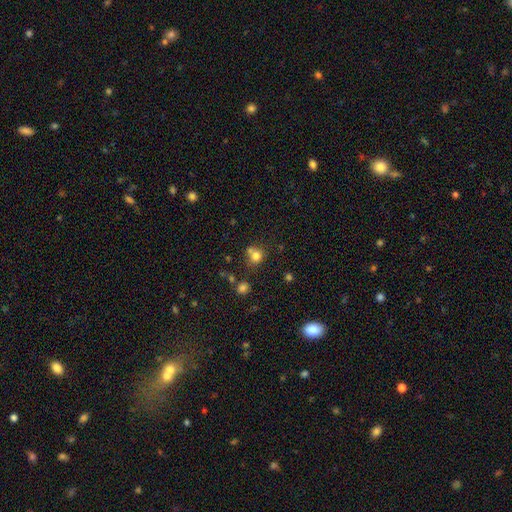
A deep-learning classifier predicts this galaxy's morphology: This appears to be a smooth galaxy with no disk features (77%) that is round (79%). Merging: none (50%).